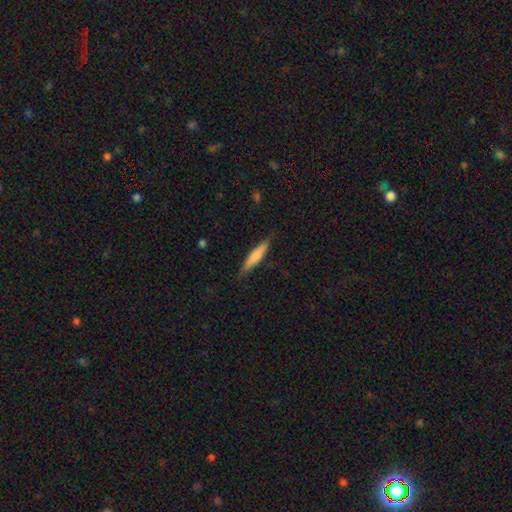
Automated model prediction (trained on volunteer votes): Smooth or featured: smooth — 69% (featured or disk — 26%)
How rounded: cigar-shaped — 87% (in between — 11%)
Merging: none — 84% (minor disturbance — 12%)